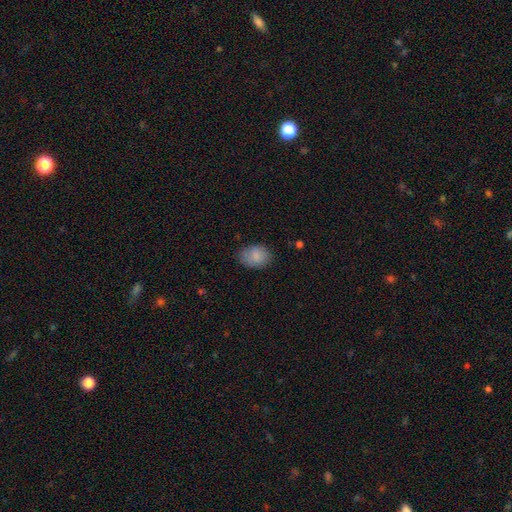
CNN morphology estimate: type=smooth (84%); roundness=in between (72%); merging=none (74%).